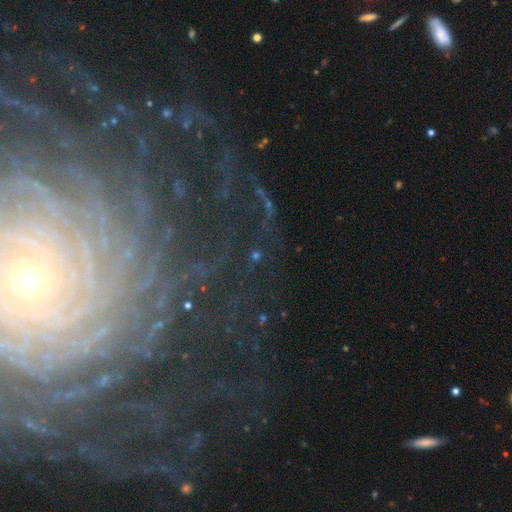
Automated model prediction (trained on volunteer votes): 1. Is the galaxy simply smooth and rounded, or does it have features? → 62% star or artifact, 23% featured or disk, 15% smooth.